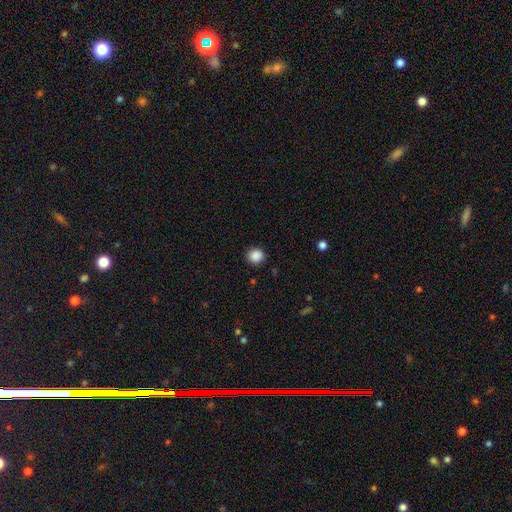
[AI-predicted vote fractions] This appears to be a smooth galaxy with no disk features (88%) that is round (91%). Merging: none (91%).